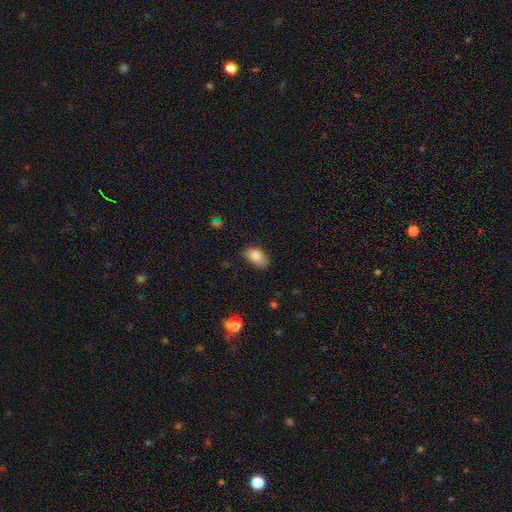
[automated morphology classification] type=smooth (82%); roundness=in between (88%); merging=none (59%).